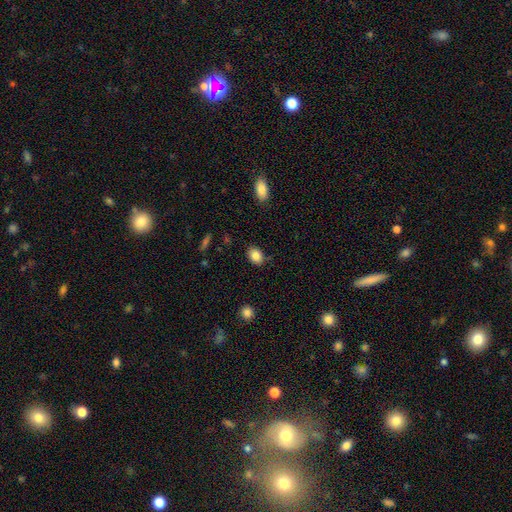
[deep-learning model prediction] smooth_or_featured: smooth (p=0.85) [alt: star or artifact p=0.09]
how_rounded: in between (p=0.69) [alt: round p=0.30]
merging: none (p=0.86) [alt: minor disturbance p=0.10]